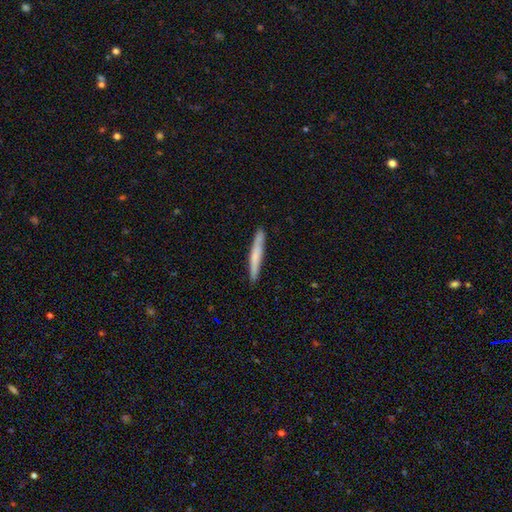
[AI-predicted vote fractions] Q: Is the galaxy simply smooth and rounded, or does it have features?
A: smooth — 62%.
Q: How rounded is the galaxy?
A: cigar-shaped — 96%.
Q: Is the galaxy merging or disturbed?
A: none — 89%.